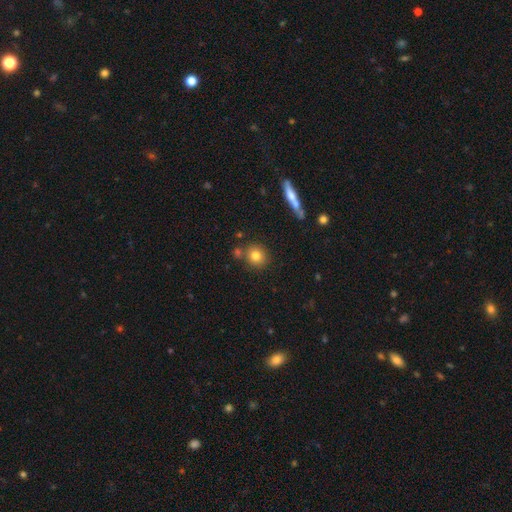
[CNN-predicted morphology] Smooth or featured? smooth (80%)
How rounded? round (88%)
Merging? none (76%)